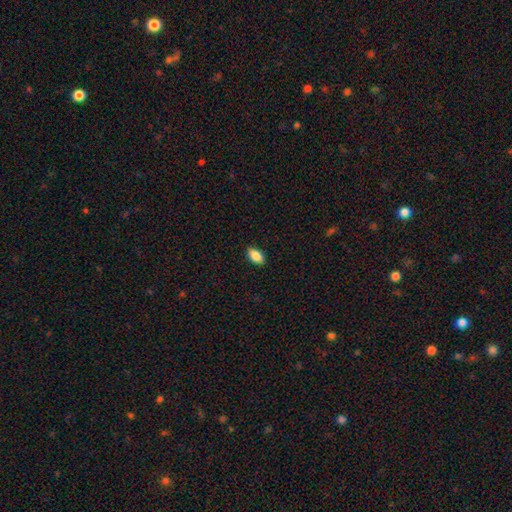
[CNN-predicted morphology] Smooth or featured? Predicted: smooth (p=0.88). How rounded? Predicted: in between (p=0.93). Merging? Predicted: none (p=0.89).